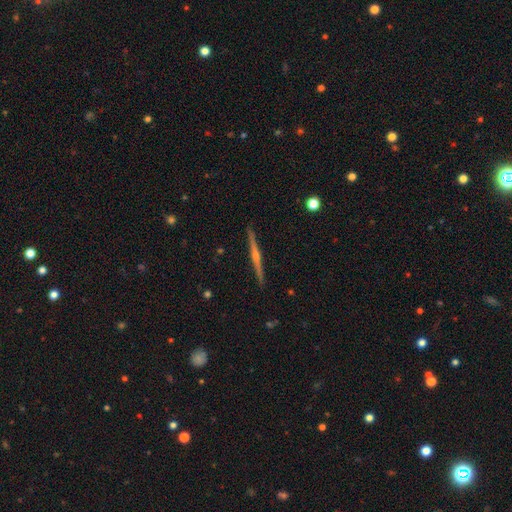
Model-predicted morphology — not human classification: Smooth or featured? featured or disk (78%)
Edge-on disk? yes (98%)
Edge-on bulge? rounded (84%)
Merging? none (91%)